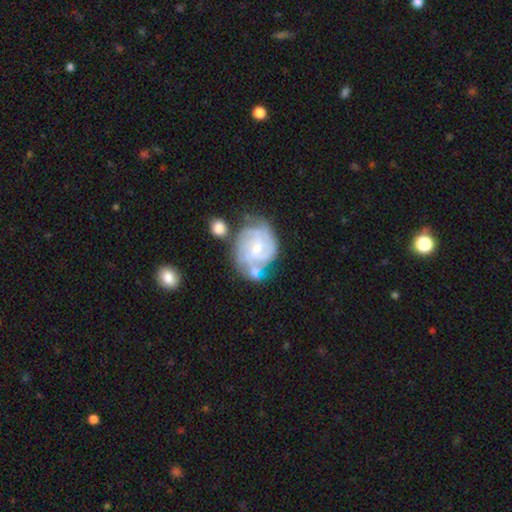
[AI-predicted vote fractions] This appears to be a featured or disk galaxy (80%) with a weak bar (49%), tight (59%) spiral arms (93%) and a small central bulge (63%). Merging: none (50%).